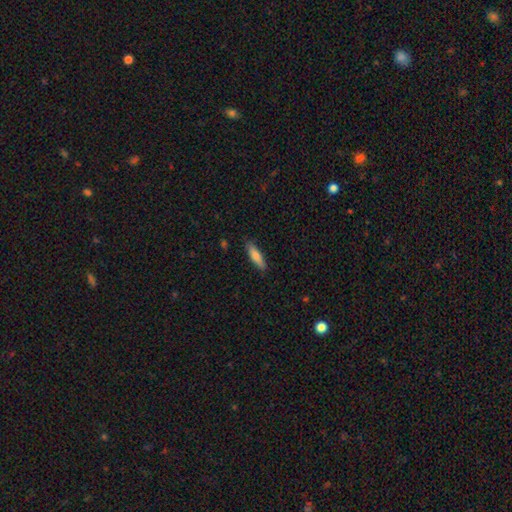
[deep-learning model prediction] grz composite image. It shows a smooth galaxy with no disk features (76%) that is cigar-shaped (67%). Merging: none (86%).